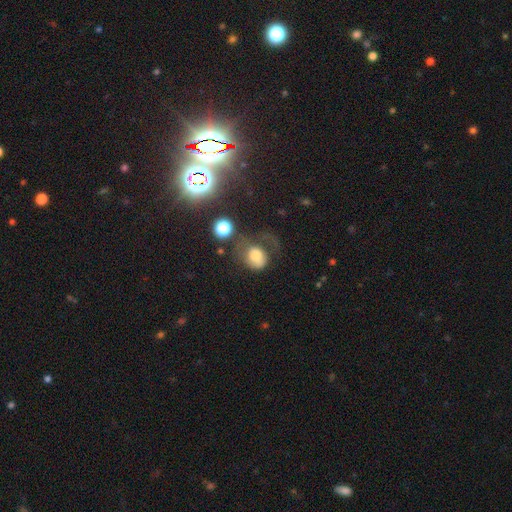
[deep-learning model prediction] This is likely a smooth galaxy (62%). How rounded: possibly round (51%). Merging: possibly major disturbance (49%).